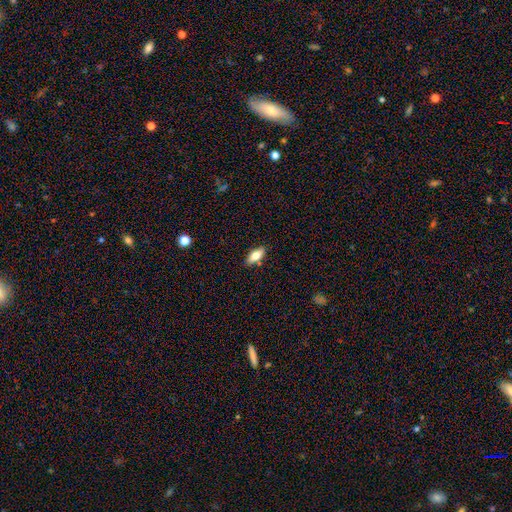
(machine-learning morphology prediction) type=smooth (71%); roundness=in between (79%); merging=none (83%).